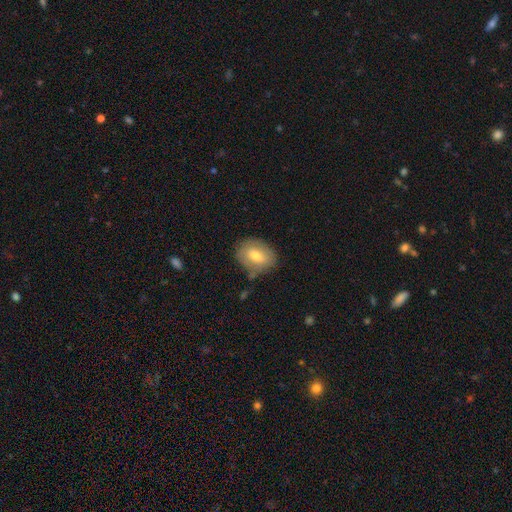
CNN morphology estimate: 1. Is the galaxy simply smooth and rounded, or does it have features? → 67% smooth, 25% featured or disk, 8% star or artifact.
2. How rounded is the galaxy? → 67% in between, 31% round, 1% cigar-shaped.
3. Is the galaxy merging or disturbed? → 72% none, 20% minor disturbance, 5% major disturbance, 3% merger.